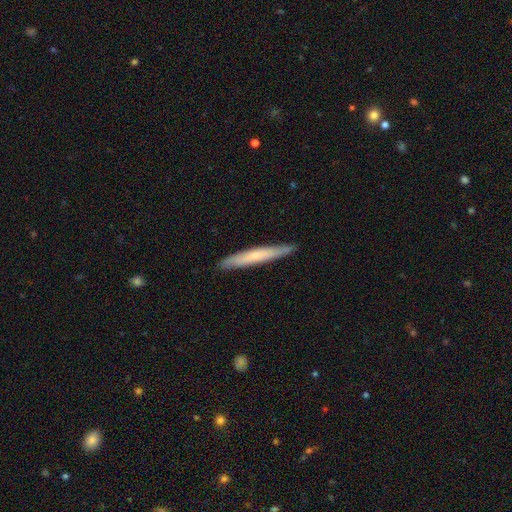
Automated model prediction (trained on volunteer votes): Smooth or featured? smooth (52%)
How rounded? cigar-shaped (95%)
Merging? none (88%)